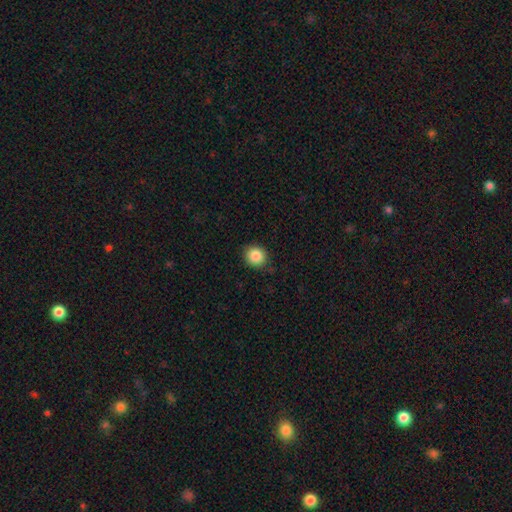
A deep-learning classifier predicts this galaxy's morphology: A smooth galaxy with no disk features (87%) that is round (83%).

Vote fractions:
- Smooth or featured? smooth: 87% / star or artifact: 9% / featured or disk: 4%
- How rounded? round: 83% / in between: 16% / cigar-shaped: 1%
- Merging? none: 86% / minor disturbance: 11% / major disturbance: 2% / merger: 1%